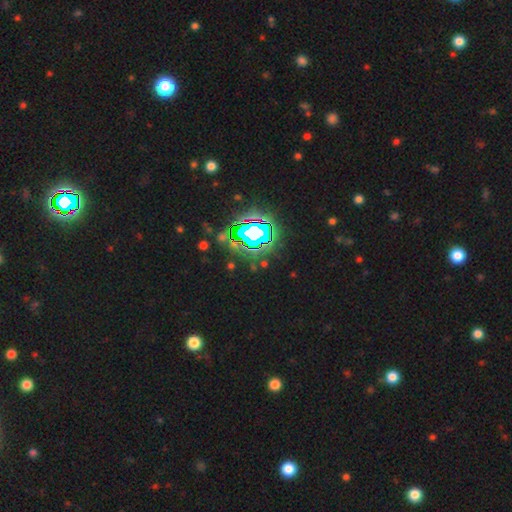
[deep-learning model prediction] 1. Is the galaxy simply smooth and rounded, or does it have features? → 81% star or artifact, 11% smooth, 8% featured or disk.